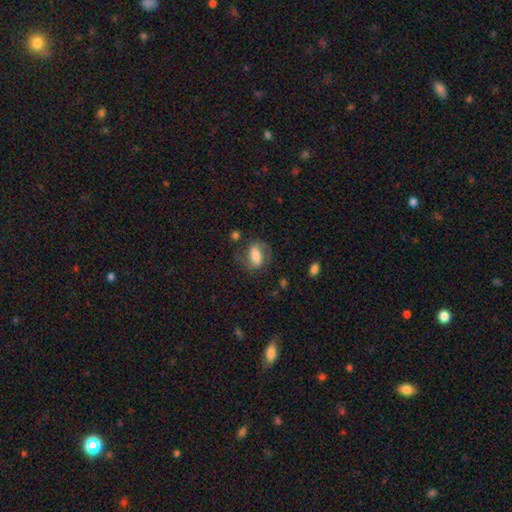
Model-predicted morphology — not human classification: The model was most divided on "bar": strong: 40%, weak: 38%, no: 23%. Remaining: edge-on disk — no (96%); spiral arms — yes (91%); spiral arm count — 2 (86%); merging — none (66%); smooth or featured — featured or disk (65%); spiral winding — medium (51%); bulge size — moderate (44%).